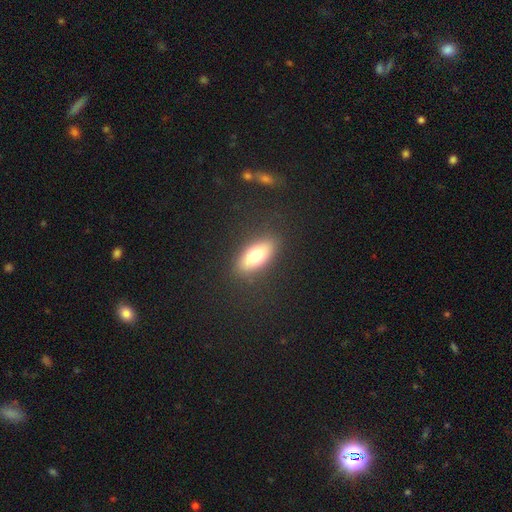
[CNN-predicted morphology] Overall: smooth (71%). How rounded: in between (79%). Merging: none (86%).